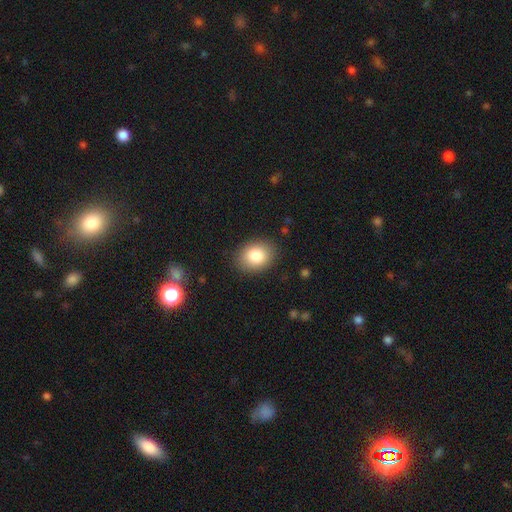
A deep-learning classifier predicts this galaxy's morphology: This appears to be a smooth galaxy with no disk features (83%) that is in between round and cigar-shaped (61%). Merging: none (87%).